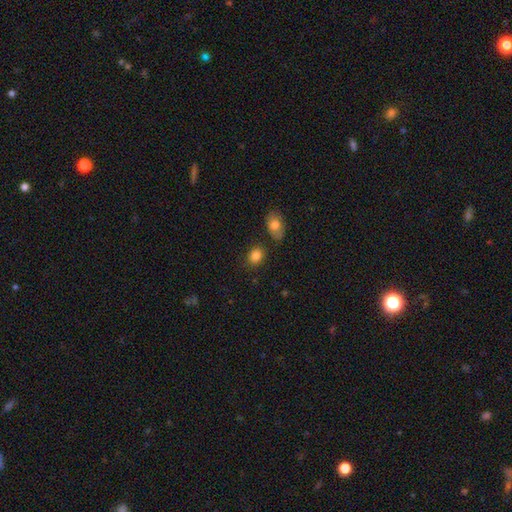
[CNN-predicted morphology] smooth_or_featured: smooth (p=0.85) [alt: star or artifact p=0.09]
how_rounded: in between (p=0.59) [alt: round p=0.39]
merging: none (p=0.77) [alt: minor disturbance p=0.12]